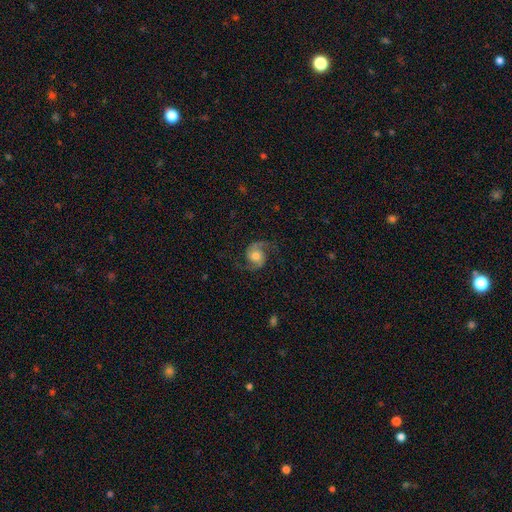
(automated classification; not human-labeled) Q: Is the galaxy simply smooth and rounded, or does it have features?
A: featured or disk — 81%.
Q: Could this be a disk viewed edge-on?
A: no — 98%.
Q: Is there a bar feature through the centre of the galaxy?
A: no — 67%.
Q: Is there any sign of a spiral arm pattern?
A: yes — 97%.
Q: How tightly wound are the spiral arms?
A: medium — 45%.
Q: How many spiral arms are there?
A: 2 — 94%.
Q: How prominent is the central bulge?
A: moderate — 57%.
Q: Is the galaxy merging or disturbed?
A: none — 77%.